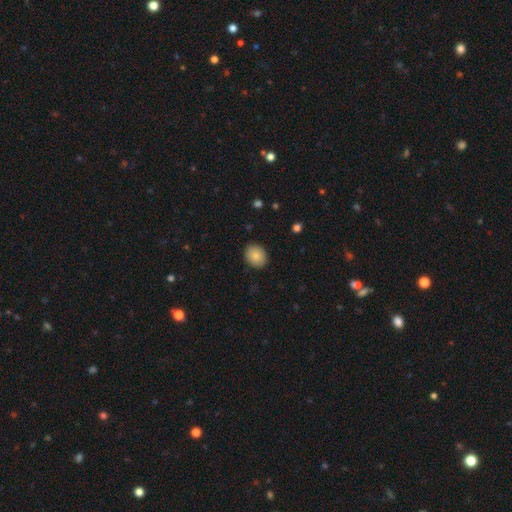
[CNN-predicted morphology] Overall: smooth (87%). How rounded: round (52%; in between 47%). Merging: none (89%).